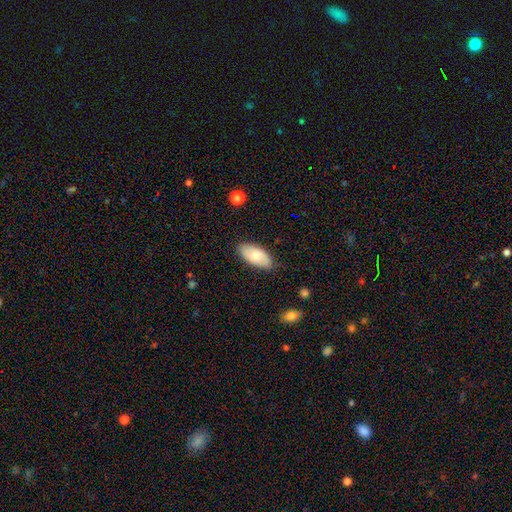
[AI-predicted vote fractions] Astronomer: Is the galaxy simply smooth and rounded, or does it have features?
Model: smooth — 74%.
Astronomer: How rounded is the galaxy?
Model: in between — 94%.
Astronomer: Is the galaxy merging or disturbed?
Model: none — 84%.